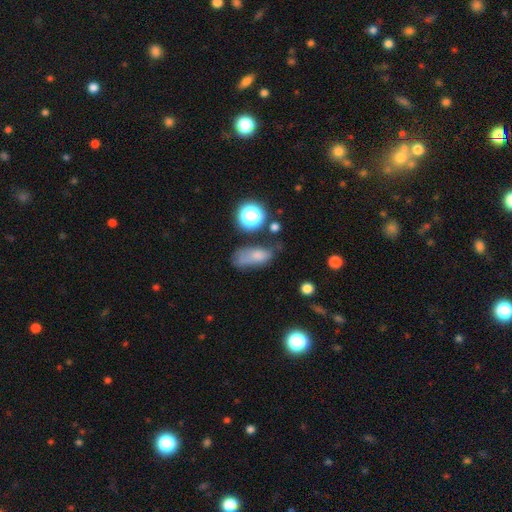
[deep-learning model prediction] This is likely a smooth galaxy (67%). How rounded: likely in between (77%). Merging: marginally none (35%).